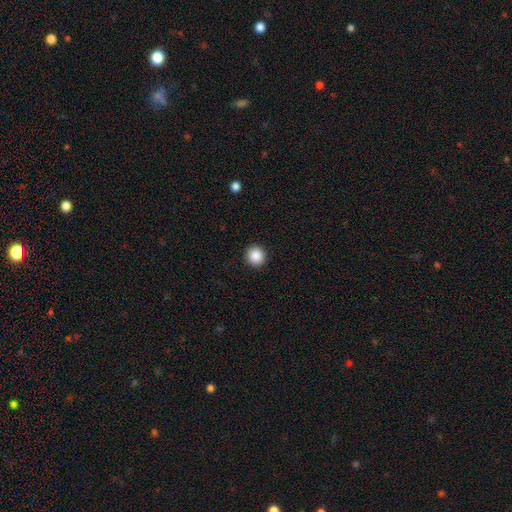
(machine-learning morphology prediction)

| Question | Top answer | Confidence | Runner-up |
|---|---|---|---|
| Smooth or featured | smooth | 88% | star or artifact (9%) |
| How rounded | round | 94% | in between (5%) |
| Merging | none | 93% | minor disturbance (5%) |